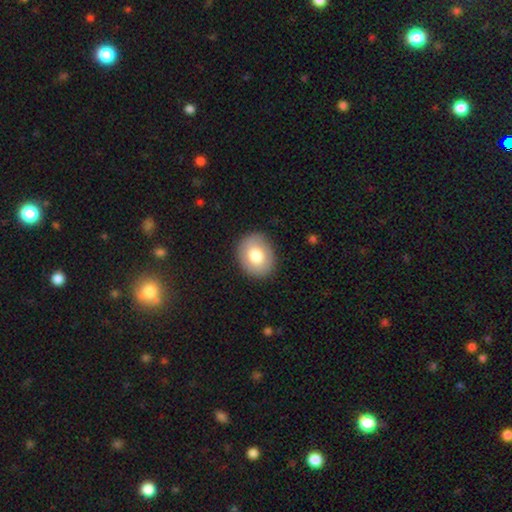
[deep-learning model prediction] The model was most divided on "how rounded": round: 54%, in between: 46%, cigar-shaped: 1%. More confident: merging — none (88%); smooth or featured — smooth (77%).